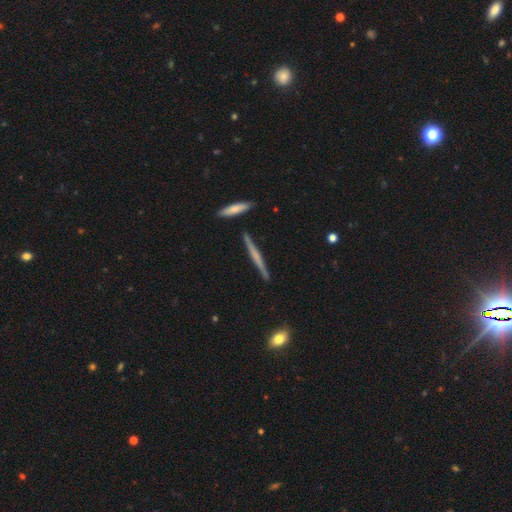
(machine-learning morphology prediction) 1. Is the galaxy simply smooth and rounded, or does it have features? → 58% featured or disk, 35% smooth, 6% star or artifact.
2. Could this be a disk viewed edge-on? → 97% yes, 3% no.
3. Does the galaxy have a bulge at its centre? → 56% none, 32% rounded, 12% boxy.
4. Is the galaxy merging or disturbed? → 87% none, 8% minor disturbance, 3% merger, 2% major disturbance.